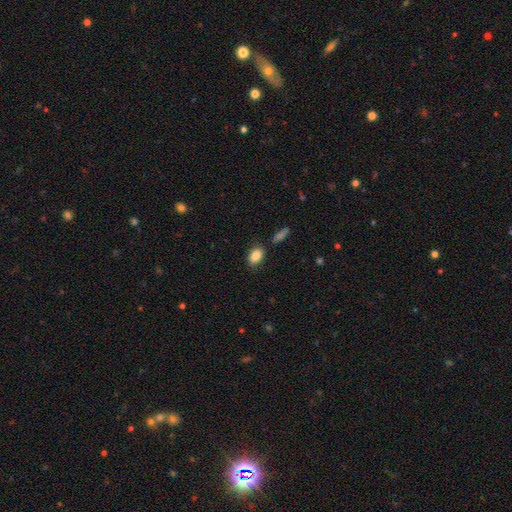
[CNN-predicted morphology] Smooth or featured: smooth — 87% (star or artifact — 7%)
How rounded: in between — 87% (round — 11%)
Merging: none — 83% (minor disturbance — 11%)